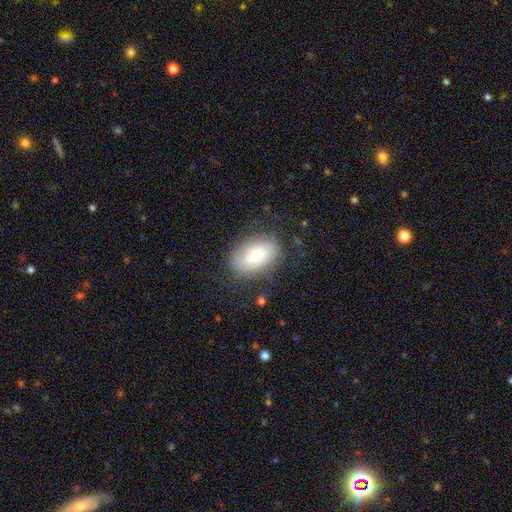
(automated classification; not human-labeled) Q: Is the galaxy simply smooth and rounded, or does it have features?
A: smooth — 63%.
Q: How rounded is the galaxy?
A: in between — 87%.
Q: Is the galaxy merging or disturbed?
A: none — 71%.